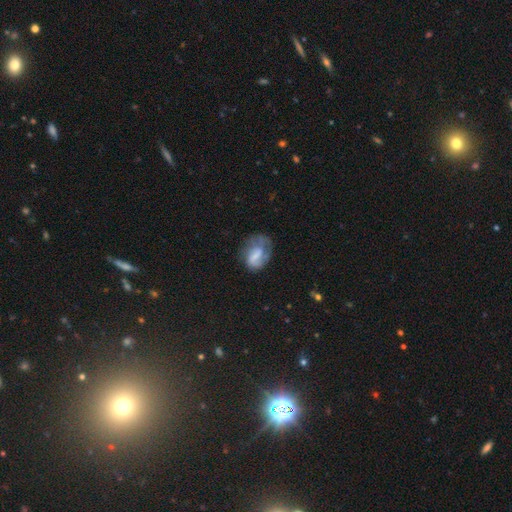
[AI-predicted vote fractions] Morphology: type=smooth (48%); merging=none (38%).